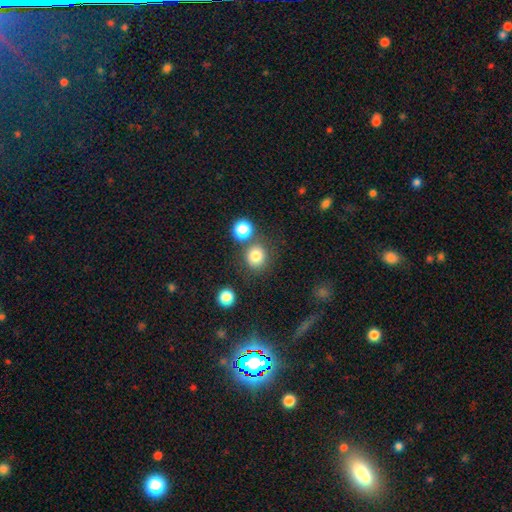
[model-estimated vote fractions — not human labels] smooth_or_featured: smooth (p=0.79) [alt: star or artifact p=0.13]
how_rounded: round (p=0.88) [alt: in between p=0.11]
merging: none (p=0.74) [alt: merger p=0.14]